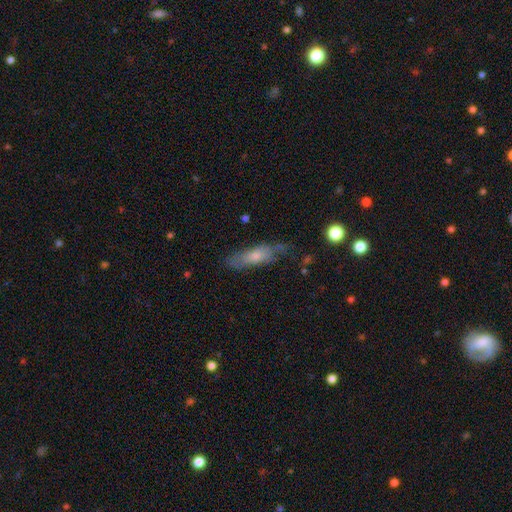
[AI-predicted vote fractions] Q: Smooth or featured?
A: smooth (52%); runner-up: featured or disk (40%)
Q: How rounded?
A: cigar-shaped (57%); runner-up: in between (41%)
Q: Merging?
A: none (65%); runner-up: minor disturbance (25%)